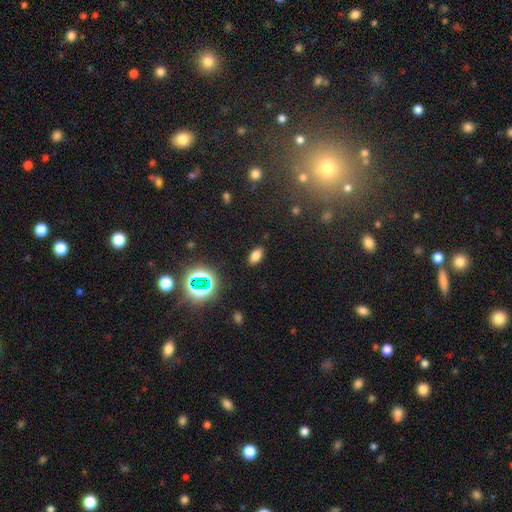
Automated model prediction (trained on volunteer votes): Morphology: type=smooth (73%); roundness=in between (90%); merging=none (88%).